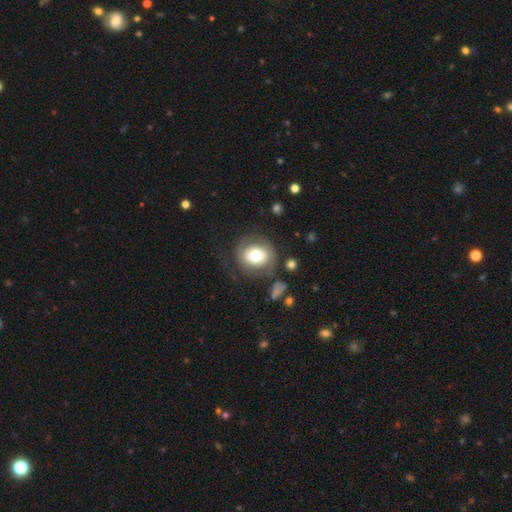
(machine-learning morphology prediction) This is likely a smooth galaxy (60%). How rounded: likely round (78%). Merging: likely none (67%).